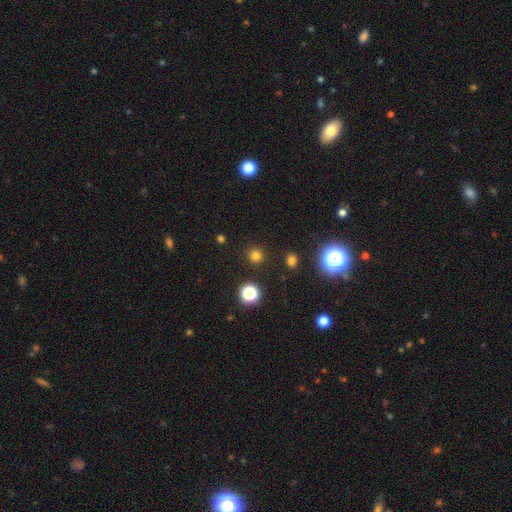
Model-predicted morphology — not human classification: Smooth or featured?
  - smooth: 75% *
  - star or artifact: 20%
  - featured or disk: 5%
How rounded?
  - round: 94% *
  - in between: 5%
  - cigar-shaped: 1%
Merging?
  - none: 90% *
  - minor disturbance: 5%
  - major disturbance: 2%
  - merger: 2%